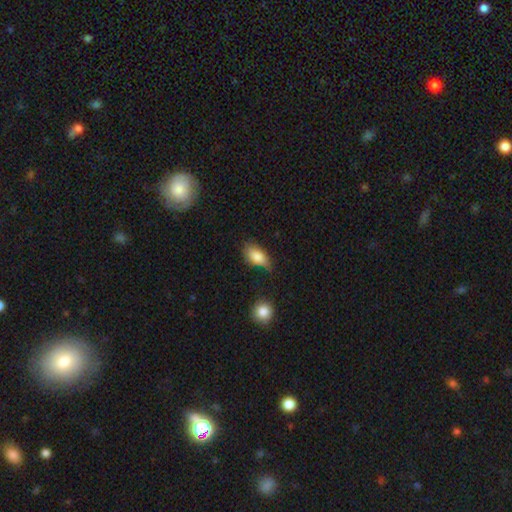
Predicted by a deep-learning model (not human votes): This is clearly a smooth galaxy (84%). How rounded: clearly in between (90%). Merging: possibly none (52%).